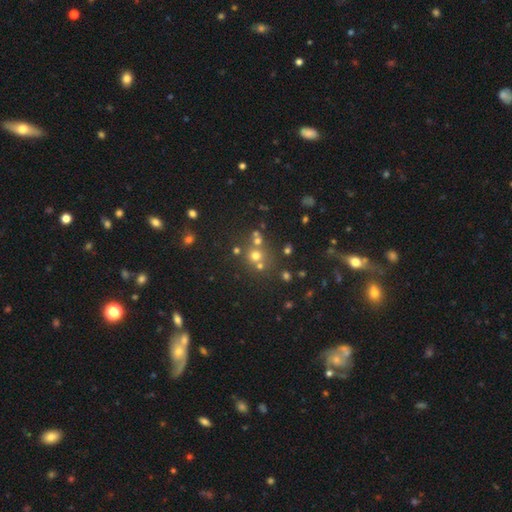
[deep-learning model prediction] A smooth galaxy with no disk features (60%) that is round (88%).

Vote fractions:
- Smooth or featured? smooth: 60% / star or artifact: 27% / featured or disk: 13%
- How rounded? round: 88% / in between: 11% / cigar-shaped: 1%
- Merging? none: 61% / merger: 26% / minor disturbance: 9% / major disturbance: 4%